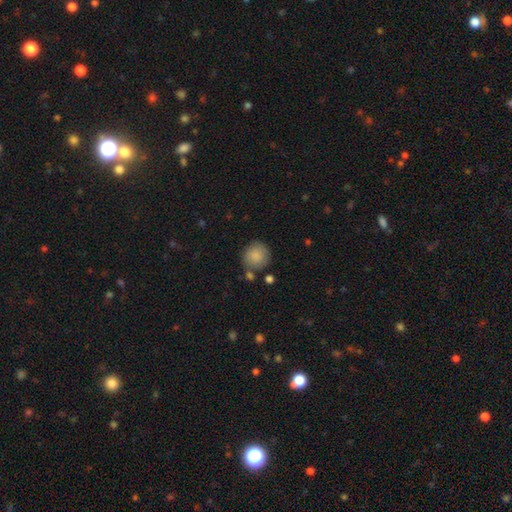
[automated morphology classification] type=smooth (87%); roundness=round (91%); merging=none (72%).